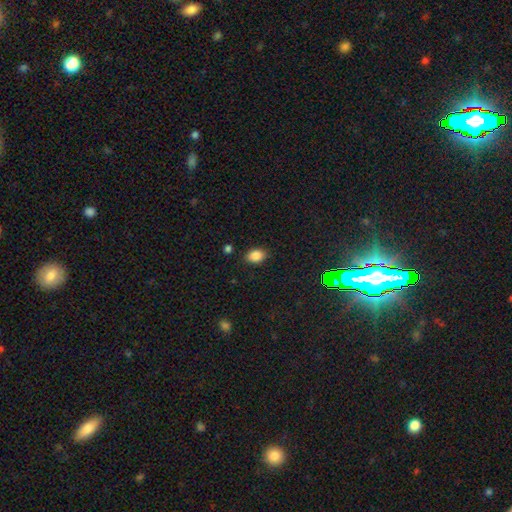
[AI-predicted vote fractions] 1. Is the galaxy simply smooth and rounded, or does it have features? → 85% smooth, 10% star or artifact, 4% featured or disk.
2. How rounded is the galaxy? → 75% in between, 24% round, 1% cigar-shaped.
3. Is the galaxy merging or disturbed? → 83% none, 12% minor disturbance, 3% major disturbance, 2% merger.